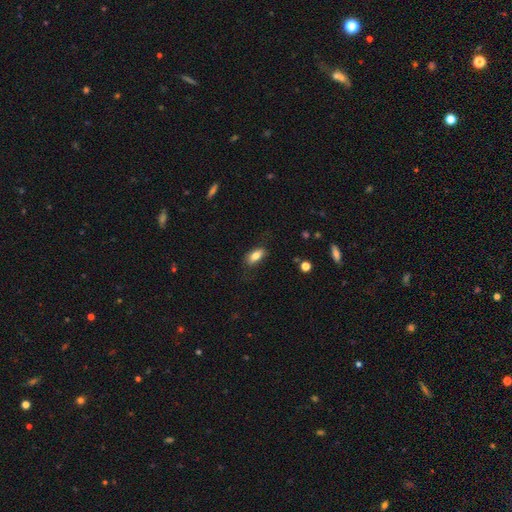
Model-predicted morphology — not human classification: The model was most divided on "merging": none: 77%, minor disturbance: 17%, major disturbance: 5%, merger: 1%. More confident: how rounded — in between (85%); smooth or featured — smooth (81%).